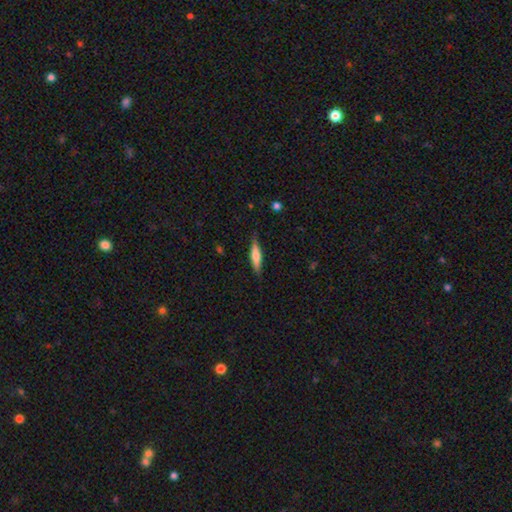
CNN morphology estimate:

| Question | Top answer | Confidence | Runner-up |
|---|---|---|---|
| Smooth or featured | smooth | 58% | featured or disk (36%) |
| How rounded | cigar-shaped | 77% | in between (21%) |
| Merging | none | 84% | minor disturbance (12%) |